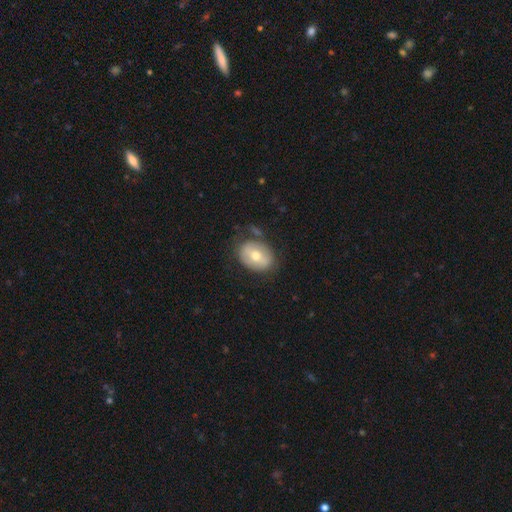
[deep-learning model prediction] The model was most divided on "smooth or featured": smooth: 54%, featured or disk: 38%, star or artifact: 8%. More confident: merging — none (71%); how rounded — in between (65%).